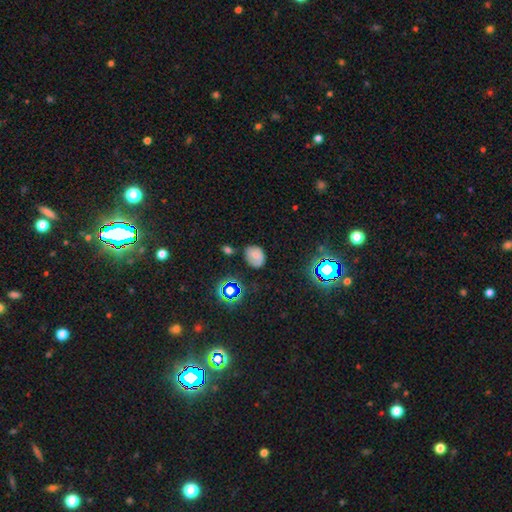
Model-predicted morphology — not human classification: smooth 60%, featured or disk 20%, star or artifact 20%. Down the decision tree: how rounded — in between (53%); merging — none (68%).